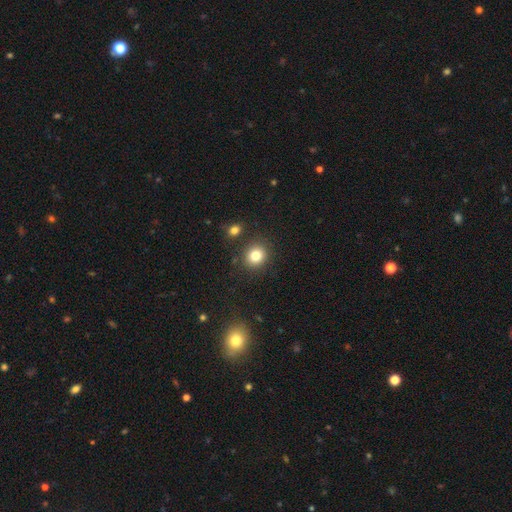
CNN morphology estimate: Smooth or featured?
  - smooth: 82% *
  - star or artifact: 11%
  - featured or disk: 7%
How rounded?
  - round: 80% *
  - in between: 19%
  - cigar-shaped: 1%
Merging?
  - none: 86% *
  - minor disturbance: 8%
  - merger: 4%
  - major disturbance: 3%